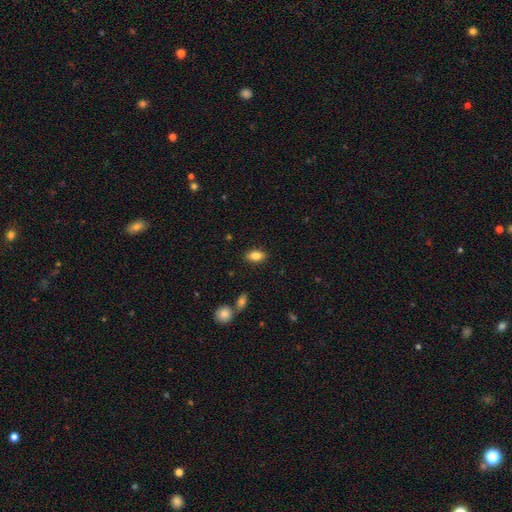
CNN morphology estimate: smooth 84%, star or artifact 8%, featured or disk 8%. Down the decision tree: how rounded — in between (89%); merging — none (87%).